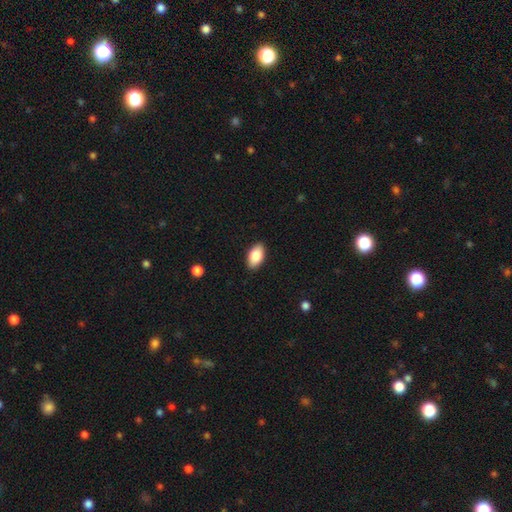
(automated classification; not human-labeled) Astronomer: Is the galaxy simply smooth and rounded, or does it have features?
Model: smooth — 84%.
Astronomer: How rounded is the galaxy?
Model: in between — 93%.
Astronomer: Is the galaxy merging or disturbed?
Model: none — 89%.